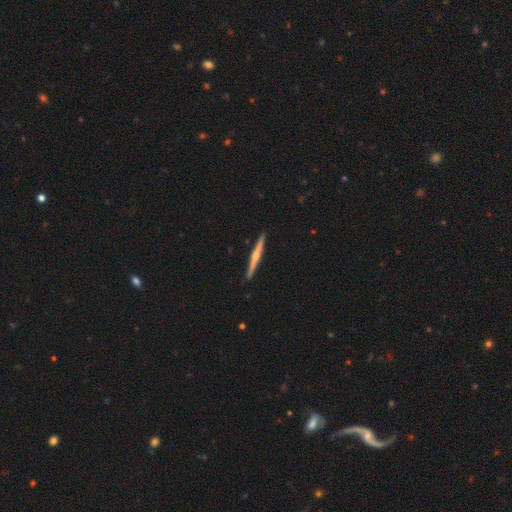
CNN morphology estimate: A featured or disk galaxy (68%) viewed edge-on (98%) with a rounded central bulge (73%).

Vote fractions:
- Smooth or featured? featured or disk: 68% / smooth: 28% / star or artifact: 5%
- Edge-on disk? yes: 98% / no: 2%
- Edge-on bulge? rounded: 73% / none: 20% / boxy: 7%
- Merging? none: 92% / minor disturbance: 6% / merger: 1% / major disturbance: 1%